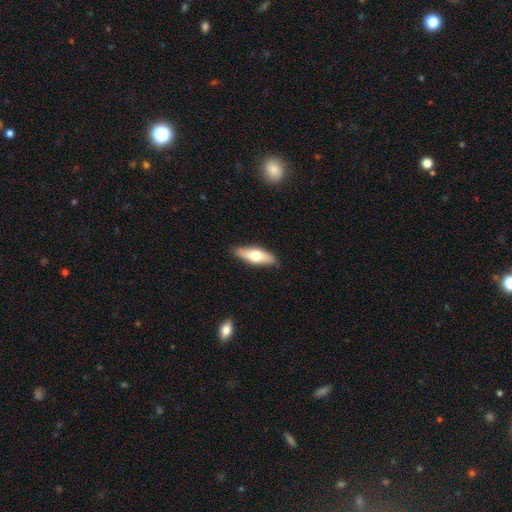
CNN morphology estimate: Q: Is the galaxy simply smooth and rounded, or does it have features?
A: smooth — 57%.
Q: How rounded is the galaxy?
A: in between — 62%.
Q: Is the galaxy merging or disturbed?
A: none — 86%.